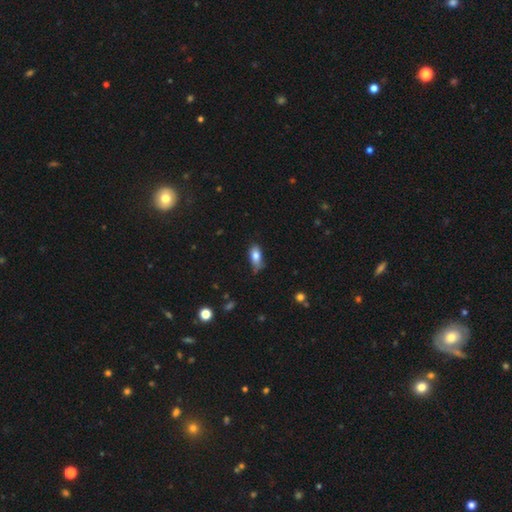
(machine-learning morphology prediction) smooth-or-featured: smooth: 78% | featured or disk: 14% | star or artifact: 8%
  how-rounded: in between: 85% | cigar-shaped: 11% | round: 4%
  merging: none: 56% | minor disturbance: 34% | major disturbance: 7% | merger: 3%